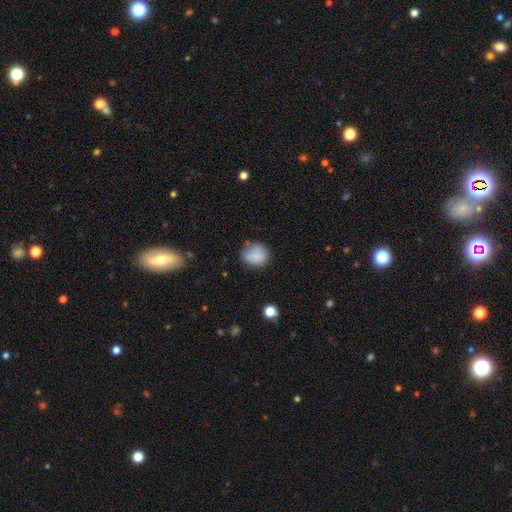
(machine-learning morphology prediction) Overall: smooth (81%). How rounded: round (76%). Merging: none (61%; minor disturbance 27%).